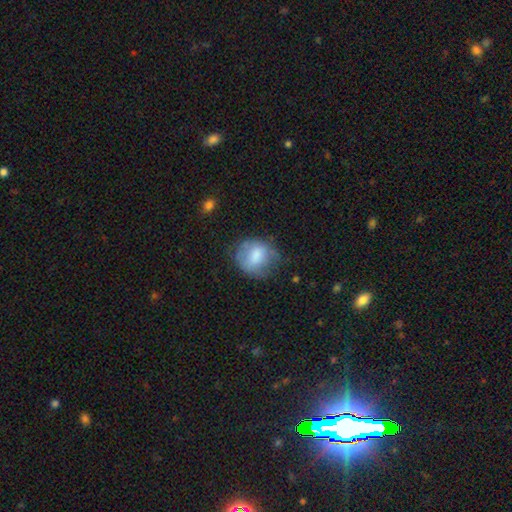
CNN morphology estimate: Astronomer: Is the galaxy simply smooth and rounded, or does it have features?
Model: smooth — 67%.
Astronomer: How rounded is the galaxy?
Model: round — 66%.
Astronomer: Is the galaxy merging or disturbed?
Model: none — 49% (runner-up: minor disturbance, 30%).